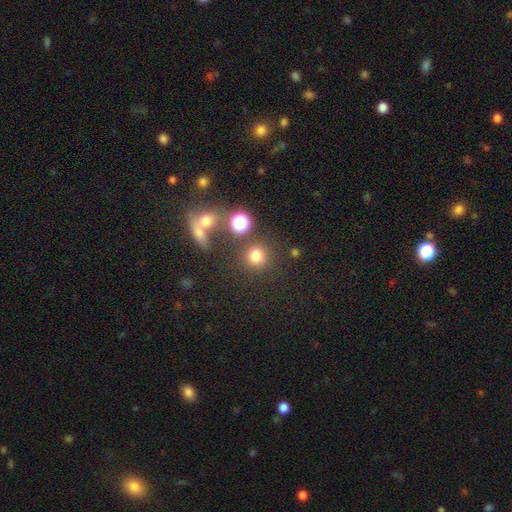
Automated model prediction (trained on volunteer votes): The model was most divided on "smooth or featured": smooth: 75%, star or artifact: 18%, featured or disk: 7%. More confident: how rounded — round (90%); merging — none (79%).